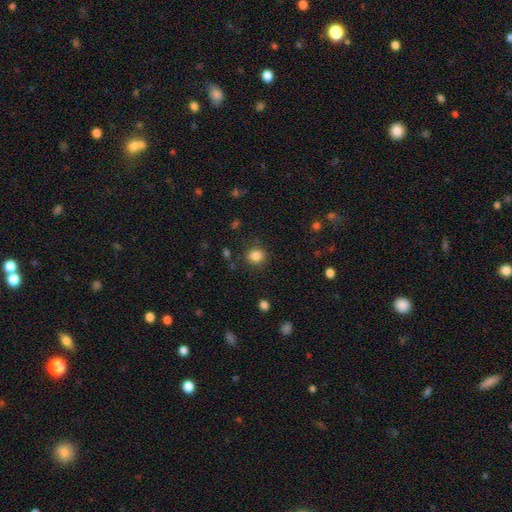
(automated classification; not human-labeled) Smooth or featured: smooth — 84% (star or artifact — 11%)
How rounded: round — 83% (in between — 16%)
Merging: none — 85% (minor disturbance — 9%)